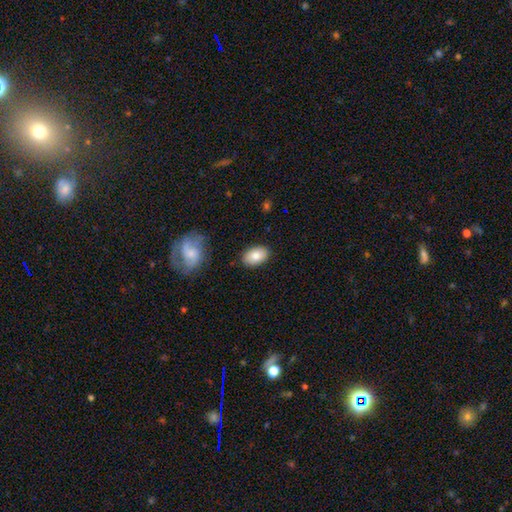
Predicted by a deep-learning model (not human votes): Overall: smooth (80%). How rounded: in between (89%). Merging: none (85%).